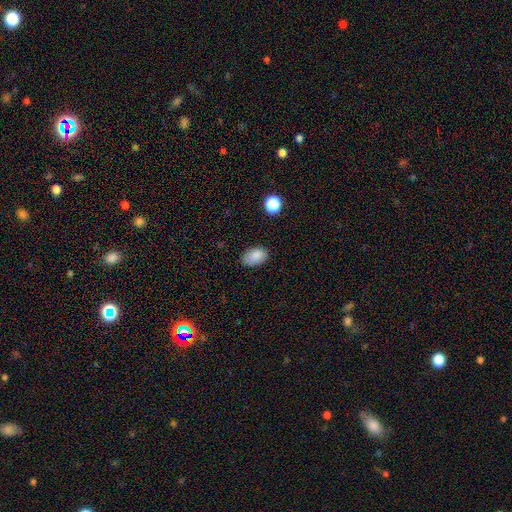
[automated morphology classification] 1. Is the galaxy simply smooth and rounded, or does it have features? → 86% smooth, 9% star or artifact, 5% featured or disk.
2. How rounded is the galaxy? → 87% in between, 12% round, 1% cigar-shaped.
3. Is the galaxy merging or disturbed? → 80% none, 15% minor disturbance, 3% major disturbance, 2% merger.